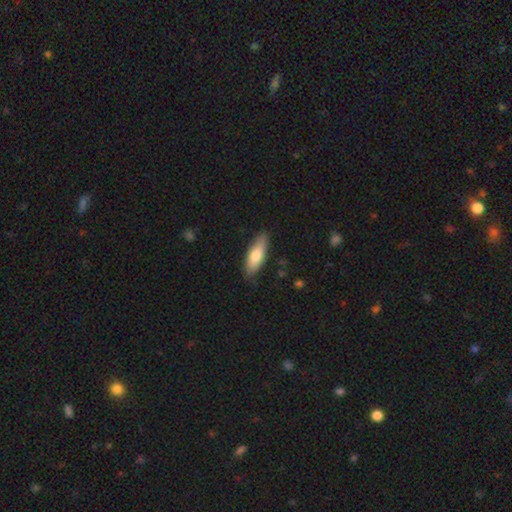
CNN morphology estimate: type=smooth (74%); roundness=in between (55%); merging=none (84%).